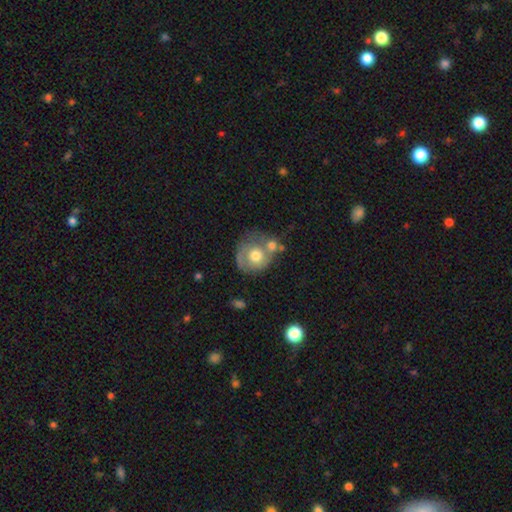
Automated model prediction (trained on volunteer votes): Overall: smooth (48%; featured or disk 46%). Merging: none (40%; merger 31%).